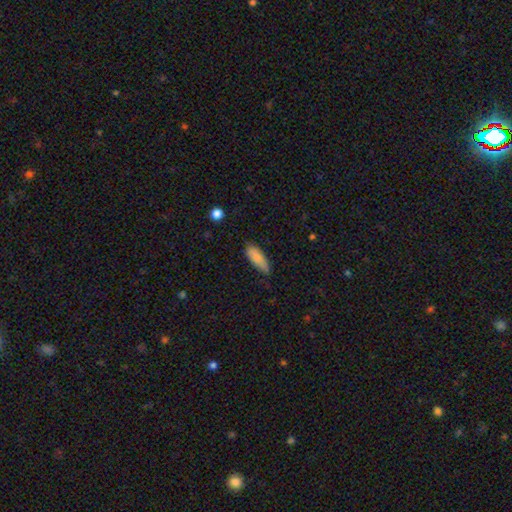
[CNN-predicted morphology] smooth 81%, featured or disk 10%, star or artifact 9%. Down the decision tree: how rounded — cigar-shaped (51%); merging — none (75%).